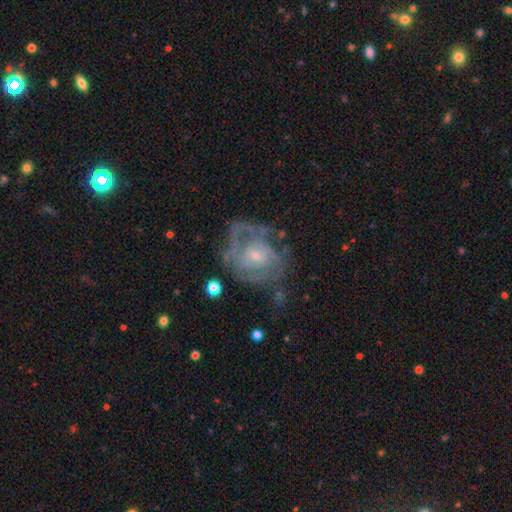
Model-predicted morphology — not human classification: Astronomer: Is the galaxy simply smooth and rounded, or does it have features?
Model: featured or disk — 79%.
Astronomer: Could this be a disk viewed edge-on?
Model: no — 97%.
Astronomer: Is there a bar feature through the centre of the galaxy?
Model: no — 67%.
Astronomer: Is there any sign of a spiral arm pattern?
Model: yes — 80%.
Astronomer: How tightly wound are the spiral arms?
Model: tight — 49% (runner-up: medium, 37%).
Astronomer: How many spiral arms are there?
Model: can't tell — 43% (runner-up: 2, 24%).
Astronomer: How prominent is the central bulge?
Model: small — 66%.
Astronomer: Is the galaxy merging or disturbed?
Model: none — 49% (runner-up: major disturbance, 25%).